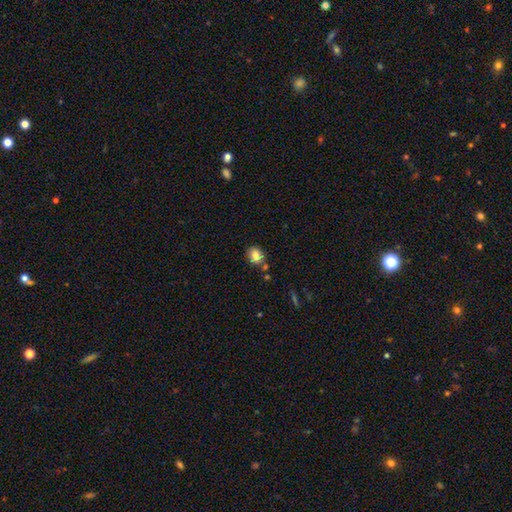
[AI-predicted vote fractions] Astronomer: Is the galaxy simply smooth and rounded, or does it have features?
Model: smooth — 80%.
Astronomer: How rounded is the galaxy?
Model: in between — 50% (runner-up: round, 48%).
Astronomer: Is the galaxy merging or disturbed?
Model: none — 68%.